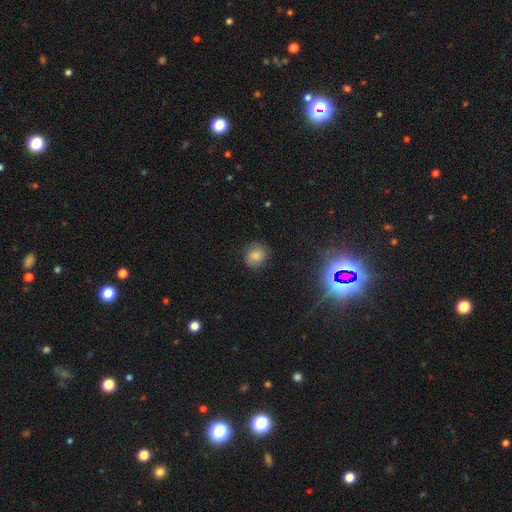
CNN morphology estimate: A smooth galaxy with no disk features (79%) that is round (76%).

Vote fractions:
- Smooth or featured? smooth: 79% / star or artifact: 13% / featured or disk: 8%
- How rounded? round: 76% / in between: 23% / cigar-shaped: 1%
- Merging? none: 82% / minor disturbance: 13% / major disturbance: 4% / merger: 1%